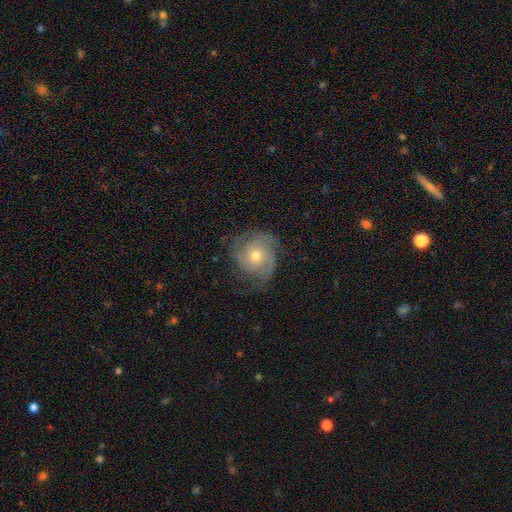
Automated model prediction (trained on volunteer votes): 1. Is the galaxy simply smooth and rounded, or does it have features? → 74% featured or disk, 18% smooth, 7% star or artifact.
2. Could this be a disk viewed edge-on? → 97% no, 3% yes.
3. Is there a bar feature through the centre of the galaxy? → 80% no, 17% weak, 3% strong.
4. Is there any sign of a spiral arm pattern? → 93% yes, 7% no.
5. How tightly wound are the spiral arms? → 48% tight, 38% medium, 13% loose.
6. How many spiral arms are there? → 35% 3, 25% 2, 22% can't tell, 8% 4, 5% 1, 5% more than 4.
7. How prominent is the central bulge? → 65% moderate, 30% small, 3% large, 1% none, 1% dominant.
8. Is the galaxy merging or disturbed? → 67% none, 21% minor disturbance, 11% major disturbance, 1% merger.